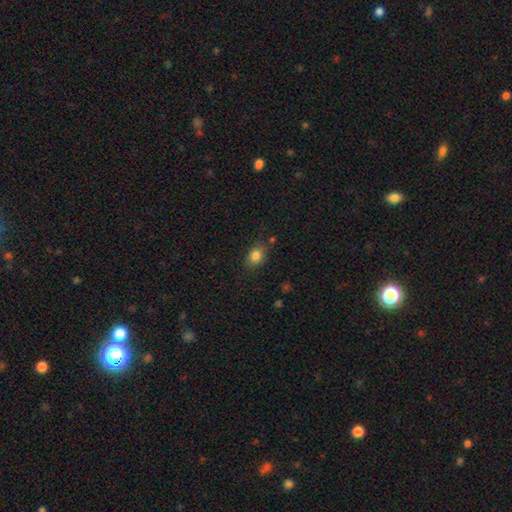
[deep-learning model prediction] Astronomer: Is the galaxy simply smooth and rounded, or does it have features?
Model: smooth — 83%.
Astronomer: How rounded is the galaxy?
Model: in between — 59% (runner-up: round, 40%).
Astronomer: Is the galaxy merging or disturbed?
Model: none — 76%.